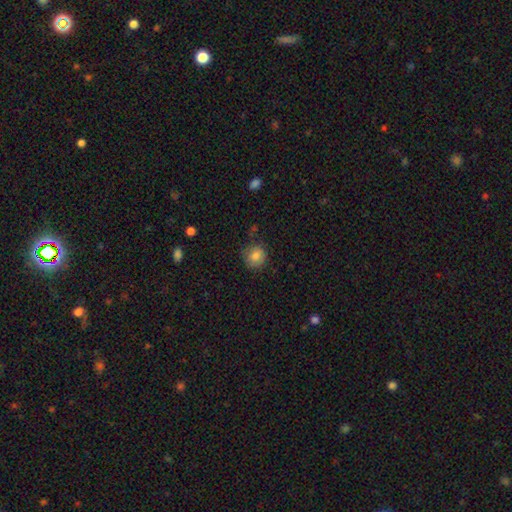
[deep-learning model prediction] This appears to be a smooth galaxy with no disk features (83%) that is round (88%). Merging: none (80%).